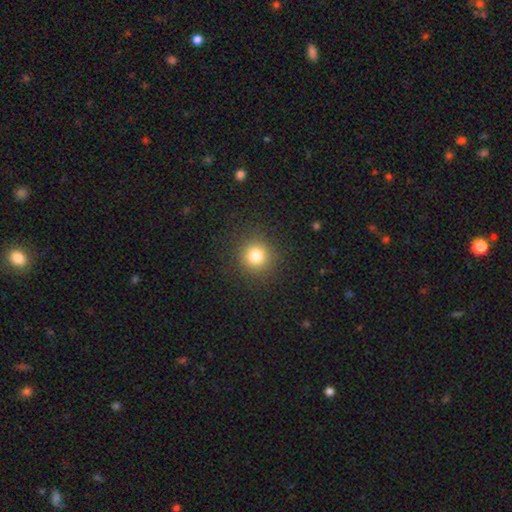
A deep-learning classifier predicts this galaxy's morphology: Smooth or featured?
  - smooth: 80% *
  - star or artifact: 14%
  - featured or disk: 6%
How rounded?
  - round: 93% *
  - in between: 6%
  - cigar-shaped: 1%
Merging?
  - none: 90% *
  - minor disturbance: 6%
  - major disturbance: 3%
  - merger: 1%